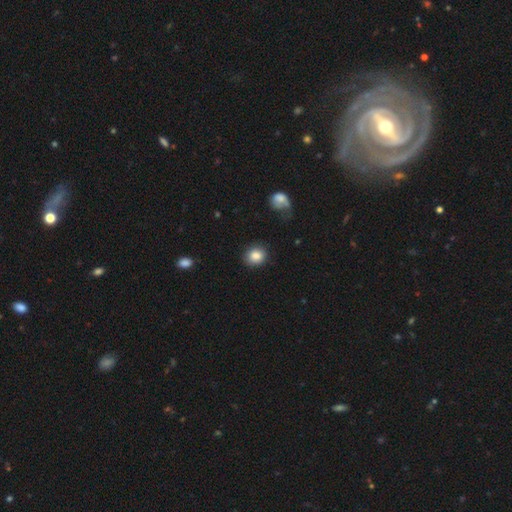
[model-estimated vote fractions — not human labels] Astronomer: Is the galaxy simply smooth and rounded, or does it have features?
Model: smooth — 85%.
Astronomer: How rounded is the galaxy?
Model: round — 77%.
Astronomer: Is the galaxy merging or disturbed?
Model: none — 87%.